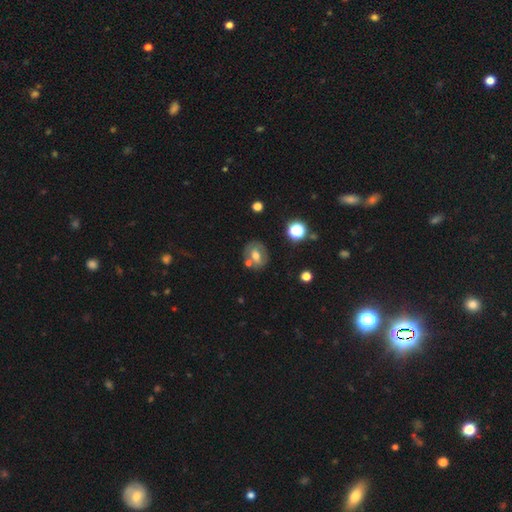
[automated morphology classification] smooth-or-featured: smooth: 45% | featured or disk: 43% | star or artifact: 11%
  merging: none: 62% | merger: 17% | minor disturbance: 15% | major disturbance: 6%